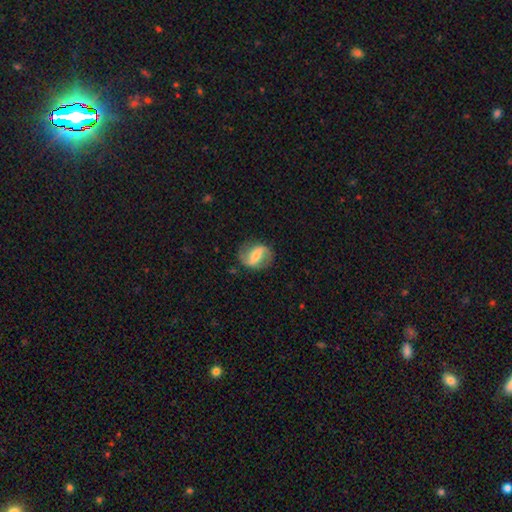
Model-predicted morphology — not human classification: type=featured or disk (74%); edge-on=no (96%); bar=strong (53%); spiral arms=yes (88%); winding=loose (53%); arm count=2 (89%); bulge=small (44%); merging=none (78%).